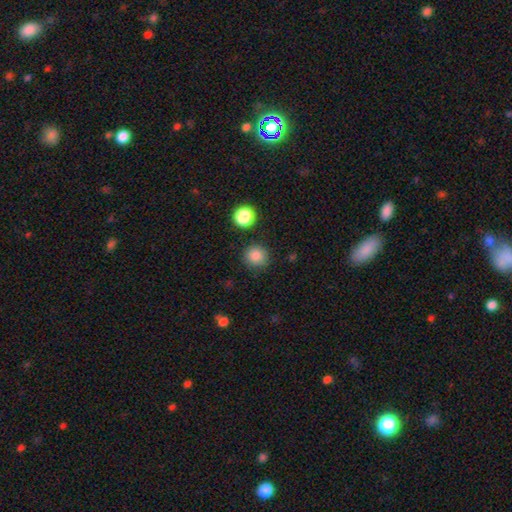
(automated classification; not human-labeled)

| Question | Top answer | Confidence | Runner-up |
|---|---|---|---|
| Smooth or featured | smooth | 86% | star or artifact (11%) |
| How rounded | round | 92% | in between (7%) |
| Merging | none | 87% | minor disturbance (8%) |